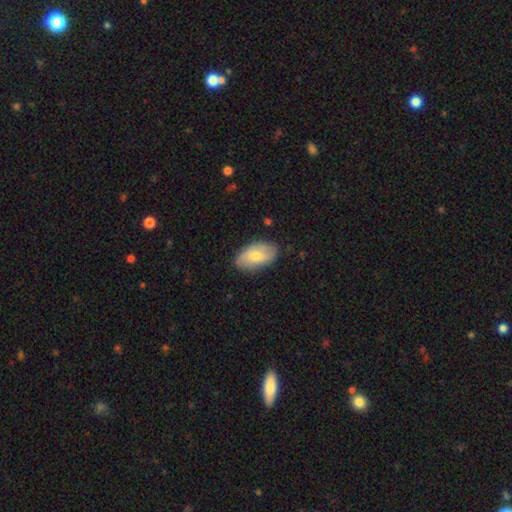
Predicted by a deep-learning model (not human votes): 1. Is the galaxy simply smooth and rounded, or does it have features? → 65% smooth, 29% featured or disk, 6% star or artifact.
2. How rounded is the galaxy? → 93% in between, 5% round, 2% cigar-shaped.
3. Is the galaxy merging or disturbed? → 80% none, 15% minor disturbance, 3% major disturbance, 1% merger.